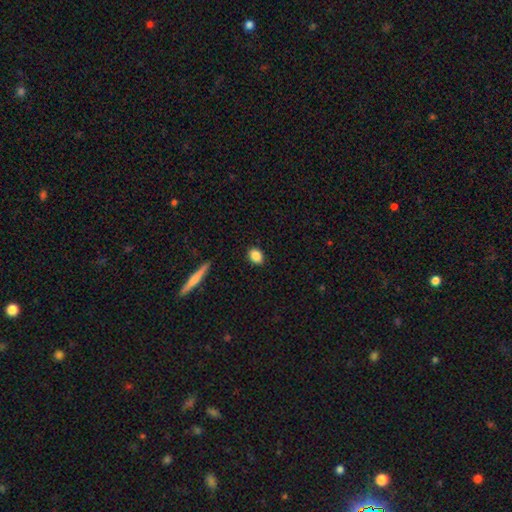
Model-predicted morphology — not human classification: Smooth or featured? smooth (86%)
How rounded? in between (67%)
Merging? none (89%)